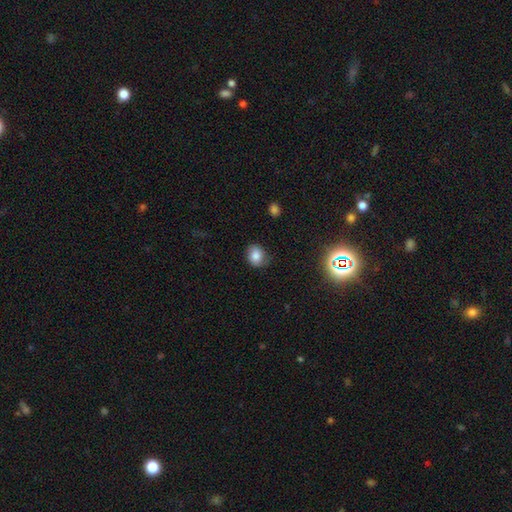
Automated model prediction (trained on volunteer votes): smooth_or_featured: smooth (p=0.79) [alt: star or artifact p=0.11]
how_rounded: round (p=0.59) [alt: in between p=0.40]
merging: none (p=0.70) [alt: minor disturbance p=0.23]